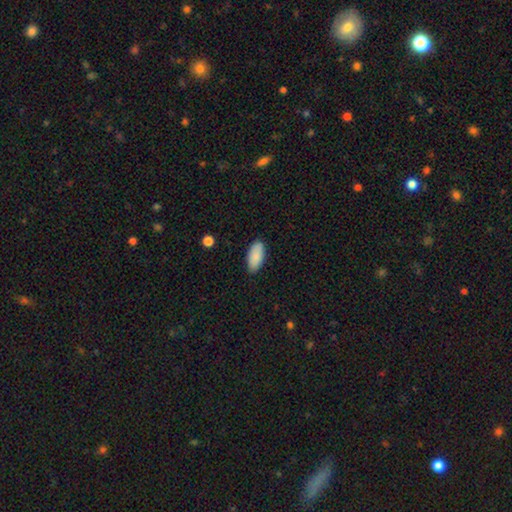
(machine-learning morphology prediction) Q: Smooth or featured?
A: smooth (88%); runner-up: star or artifact (6%)
Q: How rounded?
A: in between (93%); runner-up: cigar-shaped (6%)
Q: Merging?
A: none (86%); runner-up: minor disturbance (11%)